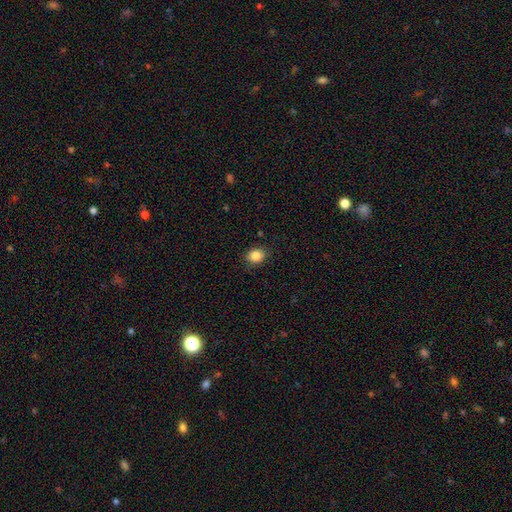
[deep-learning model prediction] The model was most divided on "how rounded": round: 56%, in between: 43%, cigar-shaped: 1%. More confident: smooth or featured — smooth (86%); merging — none (85%).